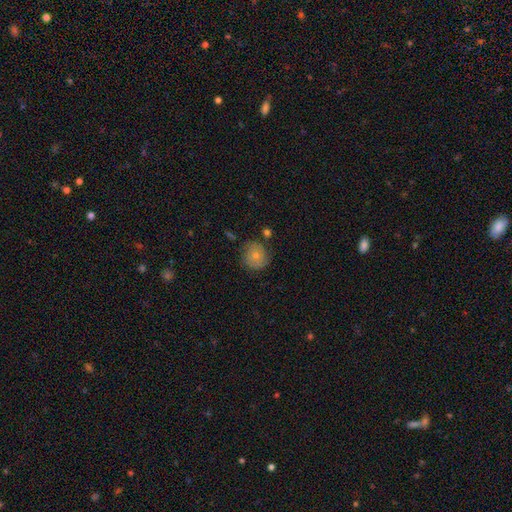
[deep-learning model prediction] Smooth or featured?
  - smooth: 63% *
  - featured or disk: 28%
  - star or artifact: 9%
How rounded?
  - round: 87% *
  - in between: 12%
  - cigar-shaped: 1%
Merging?
  - none: 72% *
  - minor disturbance: 19%
  - major disturbance: 5%
  - merger: 4%